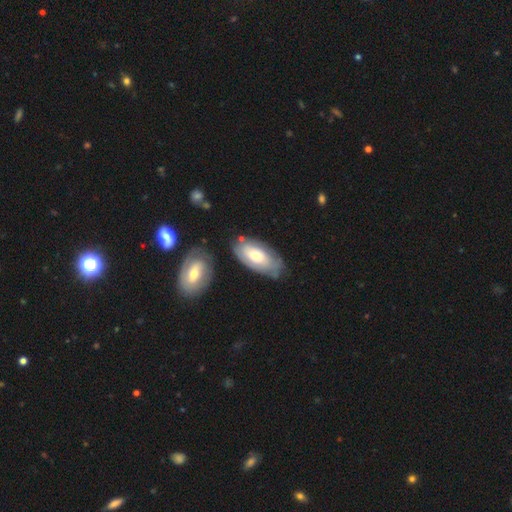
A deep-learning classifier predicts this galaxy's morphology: smooth-or-featured: smooth: 58% | featured or disk: 37% | star or artifact: 6%
  how-rounded: in between: 91% | cigar-shaped: 7% | round: 2%
  merging: none: 66% | minor disturbance: 20% | merger: 7% | major disturbance: 6%